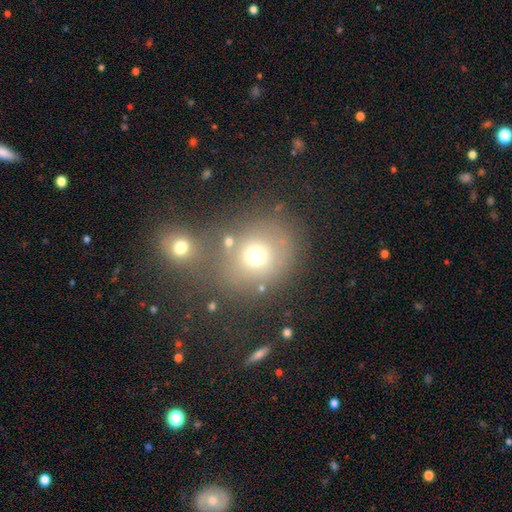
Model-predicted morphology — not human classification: smooth_or_featured: smooth (p=0.69) [alt: star or artifact p=0.17]
how_rounded: round (p=0.81) [alt: in between p=0.18]
merging: none (p=0.53) [alt: merger p=0.31]